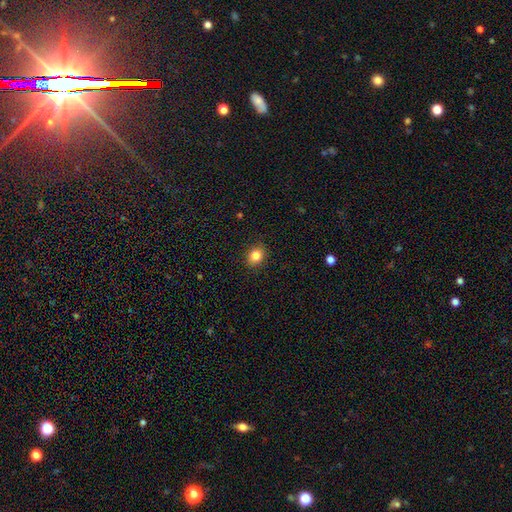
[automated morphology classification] Q: Smooth or featured?
A: smooth (83%); runner-up: star or artifact (11%)
Q: How rounded?
A: round (57%); runner-up: in between (42%)
Q: Merging?
A: none (89%); runner-up: minor disturbance (8%)